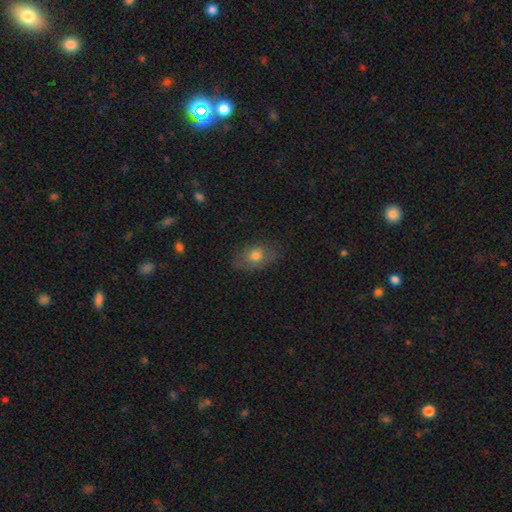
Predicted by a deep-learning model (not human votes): The model was most divided on "merging": none: 73%, minor disturbance: 20%, major disturbance: 6%, merger: 1%. More confident: how rounded — in between (79%); smooth or featured — smooth (73%).